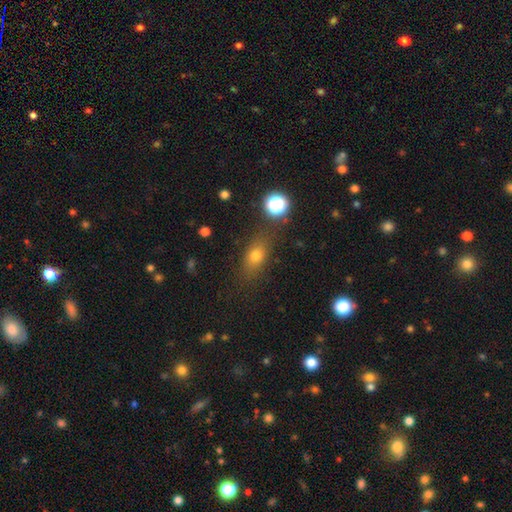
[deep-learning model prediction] Smooth or featured? Predicted: smooth (p=0.70). How rounded? Predicted: in between (p=0.66). Merging? Predicted: none (p=0.78).